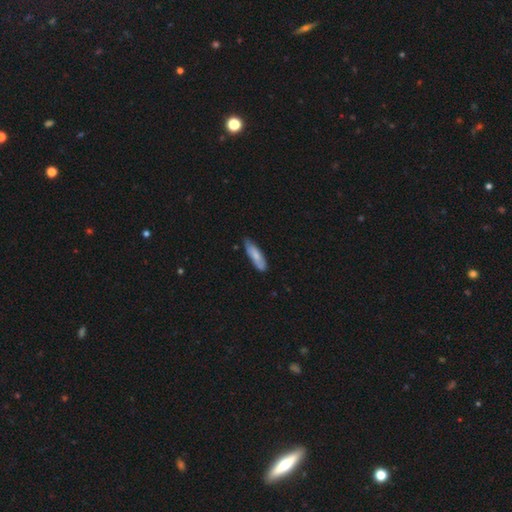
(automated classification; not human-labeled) Morphology: type=smooth (74%); roundness=cigar-shaped (58%); merging=none (73%).